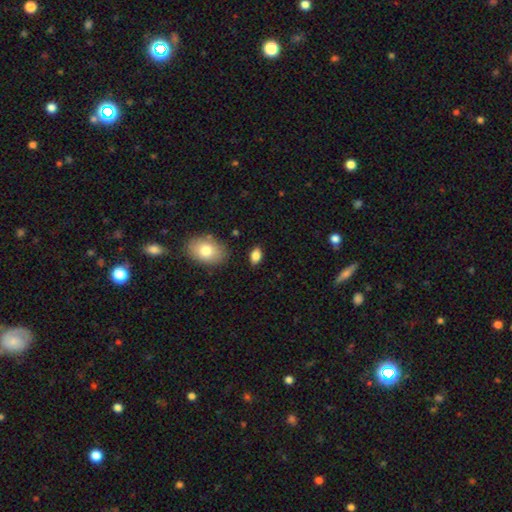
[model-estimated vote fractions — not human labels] A smooth galaxy with no disk features (85%) that is in between round and cigar-shaped (89%). Merging: none (84%).